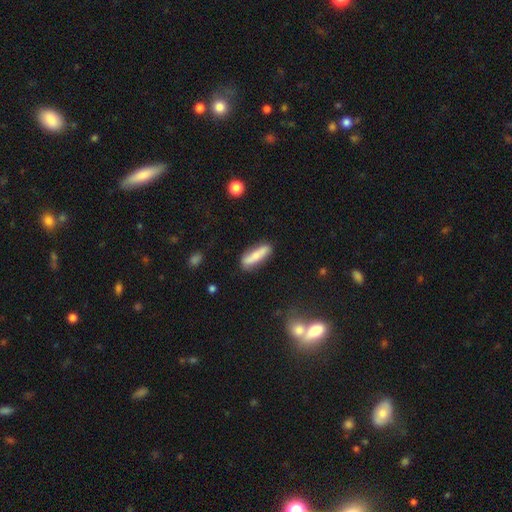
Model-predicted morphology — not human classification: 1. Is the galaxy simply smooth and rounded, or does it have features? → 64% smooth, 30% featured or disk, 6% star or artifact.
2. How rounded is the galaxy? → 69% cigar-shaped, 29% in between, 2% round.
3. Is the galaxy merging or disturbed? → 80% none, 14% minor disturbance, 3% major disturbance, 2% merger.